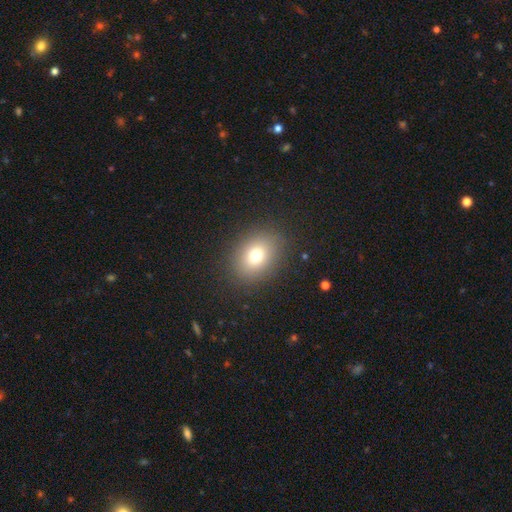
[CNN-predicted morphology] Smooth or featured? smooth (74%)
How rounded? in between (51%)
Merging? none (87%)